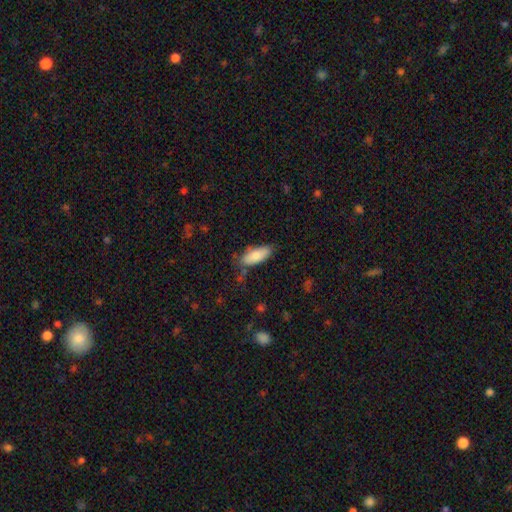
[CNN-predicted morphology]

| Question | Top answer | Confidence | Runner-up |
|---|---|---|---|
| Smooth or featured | smooth | 83% | featured or disk (11%) |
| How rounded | in between | 75% | cigar-shaped (23%) |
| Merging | none | 70% | minor disturbance (22%) |